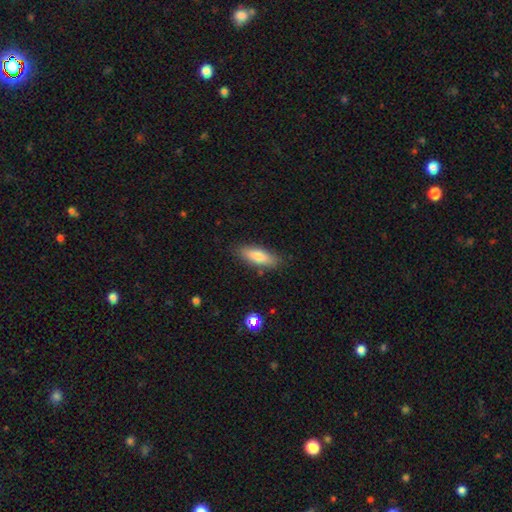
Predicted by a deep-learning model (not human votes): Morphology: type=smooth (76%); roundness=in between (54%); merging=none (86%).